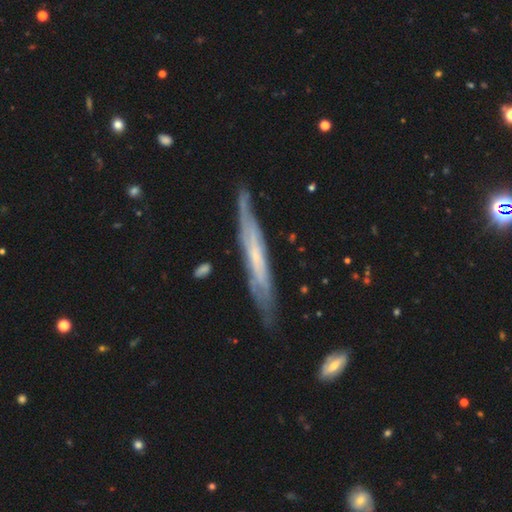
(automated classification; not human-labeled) smooth-or-featured: featured or disk: 71% | smooth: 23% | star or artifact: 6%
  disk-edge-on: yes: 72% | no: 28%
    edge-on-bulge: none: 69% | rounded: 25% | boxy: 6%
  merging: none: 75% | minor disturbance: 19% | major disturbance: 4% | merger: 2%